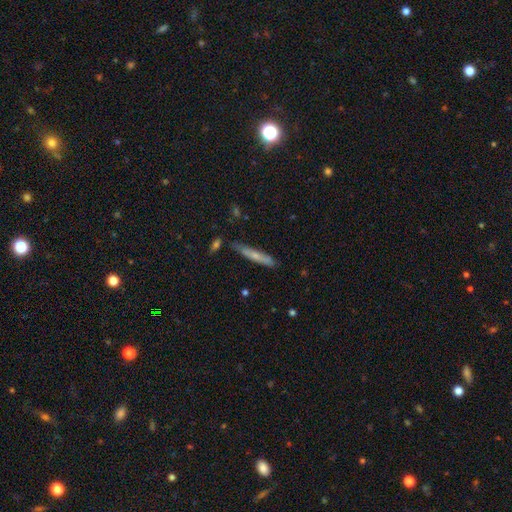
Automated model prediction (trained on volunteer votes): Q: Smooth or featured?
A: smooth (57%); runner-up: featured or disk (36%)
Q: How rounded?
A: cigar-shaped (93%); runner-up: in between (5%)
Q: Merging?
A: none (82%); runner-up: minor disturbance (12%)